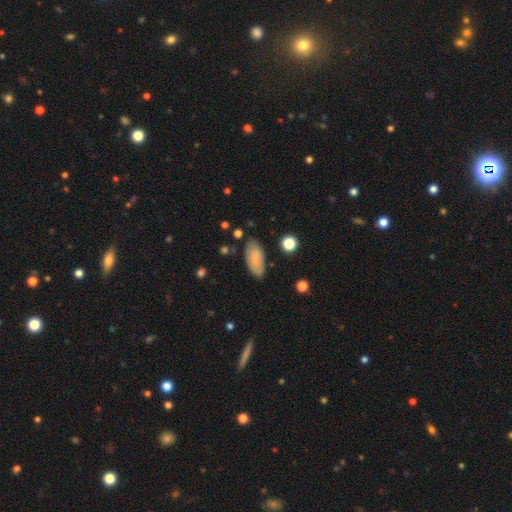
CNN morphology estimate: A smooth galaxy with no disk features (84%) that is in between round and cigar-shaped (88%). Merging: none (78%).